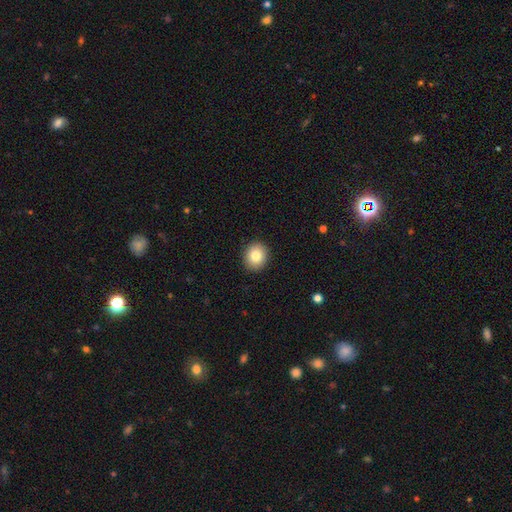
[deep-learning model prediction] The model was most divided on "how rounded": round: 77%, in between: 22%, cigar-shaped: 1%. More confident: merging — none (92%); smooth or featured — smooth (81%).